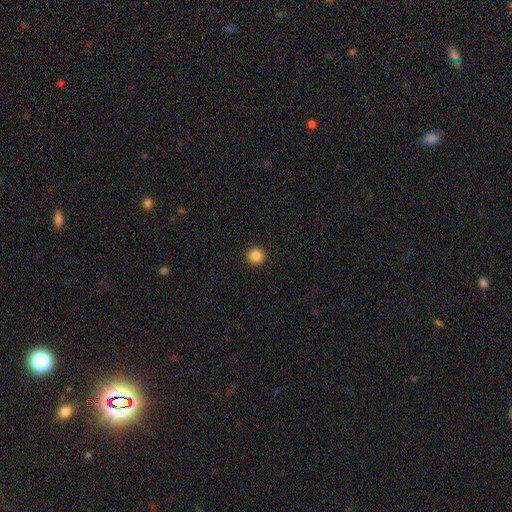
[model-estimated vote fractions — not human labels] Morphology: type=smooth (86%); roundness=round (94%); merging=none (93%).